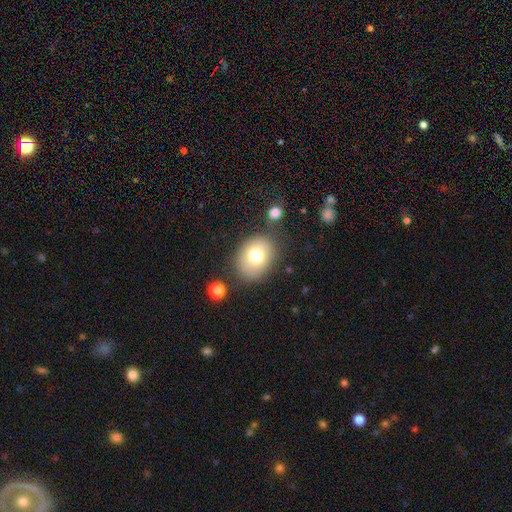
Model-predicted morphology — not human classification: A smooth galaxy with no disk features (74%) that is in between round and cigar-shaped (58%).

Vote fractions:
- Smooth or featured? smooth: 74% / featured or disk: 17% / star or artifact: 10%
- How rounded? in between: 58% / round: 41% / cigar-shaped: 1%
- Merging? none: 74% / minor disturbance: 15% / merger: 6% / major disturbance: 5%